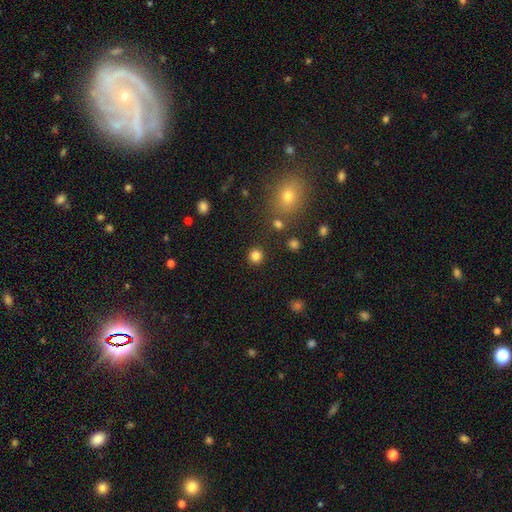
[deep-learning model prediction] smooth-or-featured: smooth: 83% | star or artifact: 13% | featured or disk: 4%
  how-rounded: round: 93% | in between: 6% | cigar-shaped: 1%
  merging: none: 89% | minor disturbance: 6% | merger: 3% | major disturbance: 2%